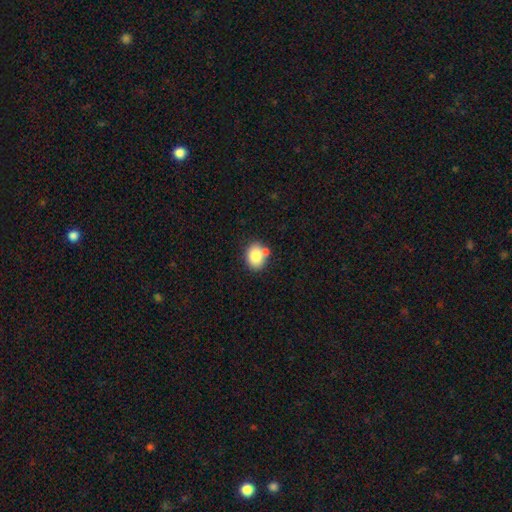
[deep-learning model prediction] This is clearly a smooth galaxy (83%). How rounded: likely in between (60%). Merging: likely none (62%).